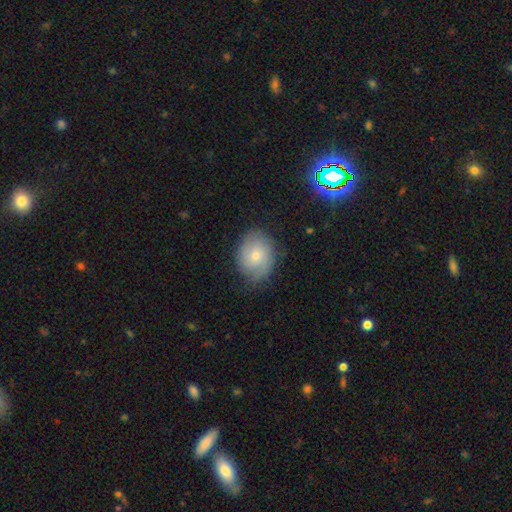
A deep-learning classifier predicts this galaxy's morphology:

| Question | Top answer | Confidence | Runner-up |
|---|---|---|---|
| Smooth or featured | smooth | 63% | featured or disk (26%) |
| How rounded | round | 52% | in between (47%) |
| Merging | none | 72% | minor disturbance (22%) |